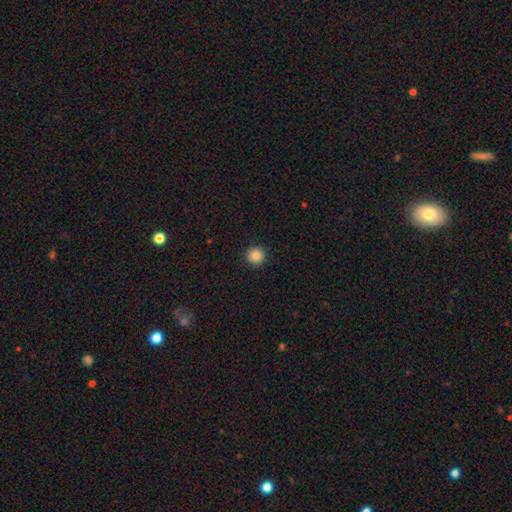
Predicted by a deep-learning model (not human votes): Q: Smooth or featured?
A: smooth (86%); runner-up: star or artifact (10%)
Q: How rounded?
A: round (96%); runner-up: in between (3%)
Q: Merging?
A: none (92%); runner-up: minor disturbance (5%)